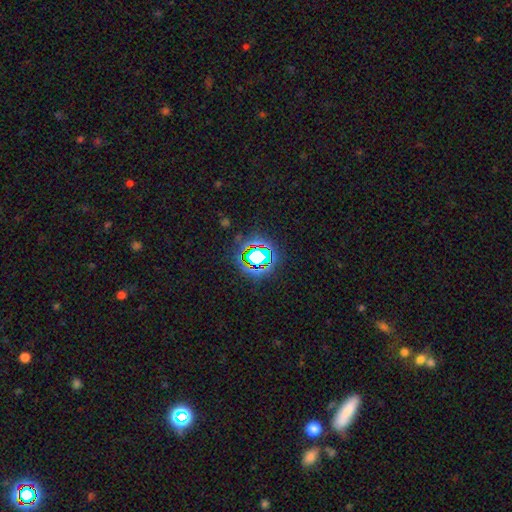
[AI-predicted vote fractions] A star or artifact, not a galaxy (78%).